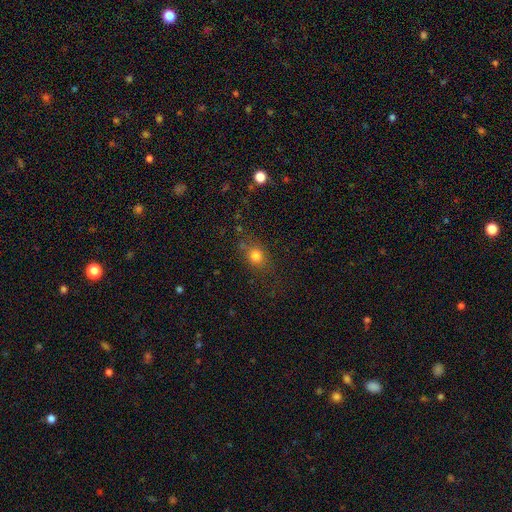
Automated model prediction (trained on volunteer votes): smooth-or-featured: smooth: 77% | star or artifact: 14% | featured or disk: 9%
  how-rounded: round: 58% | in between: 40% | cigar-shaped: 2%
  merging: none: 75% | minor disturbance: 16% | major disturbance: 6% | merger: 3%